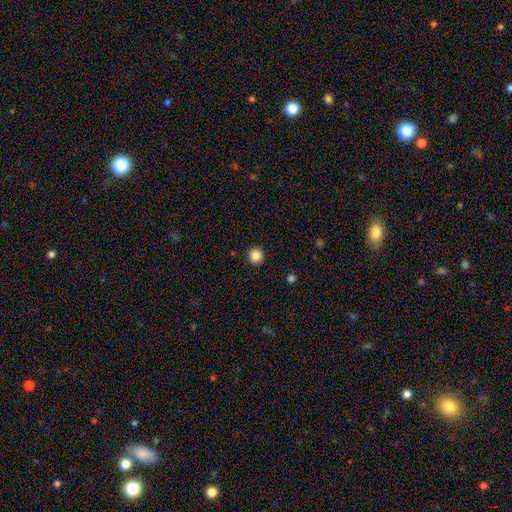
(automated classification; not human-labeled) A smooth galaxy with no disk features (86%) that is round (95%). Merging: none (93%).